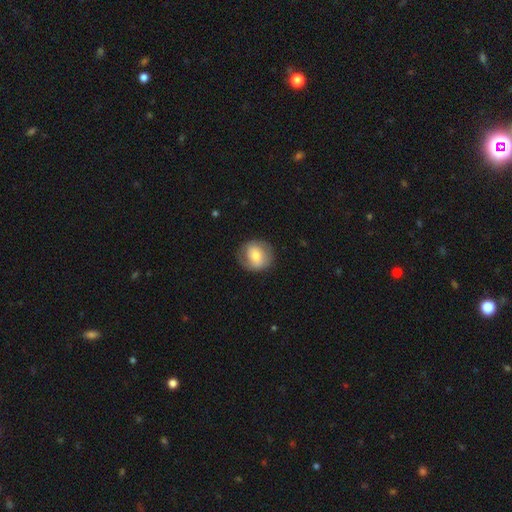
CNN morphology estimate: A smooth galaxy with no disk features (59%) that is round (79%).

Vote fractions:
- Smooth or featured? smooth: 59% / featured or disk: 34% / star or artifact: 7%
- How rounded? round: 79% / in between: 20% / cigar-shaped: 1%
- Merging? none: 76% / minor disturbance: 16% / major disturbance: 7% / merger: 1%